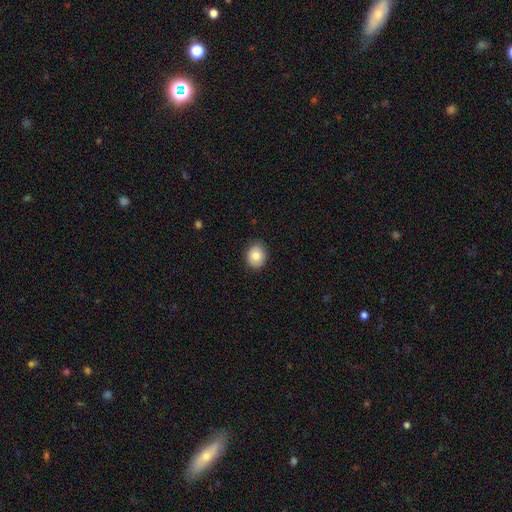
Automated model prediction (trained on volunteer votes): Smooth or featured: smooth — 79% (featured or disk — 12%)
How rounded: round — 63% (in between — 36%)
Merging: none — 85% (minor disturbance — 12%)